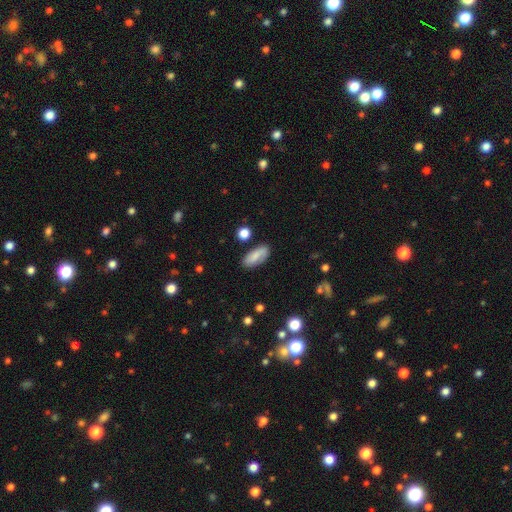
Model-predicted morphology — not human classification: Overall: smooth (75%). How rounded: in between (82%). Merging: none (78%).